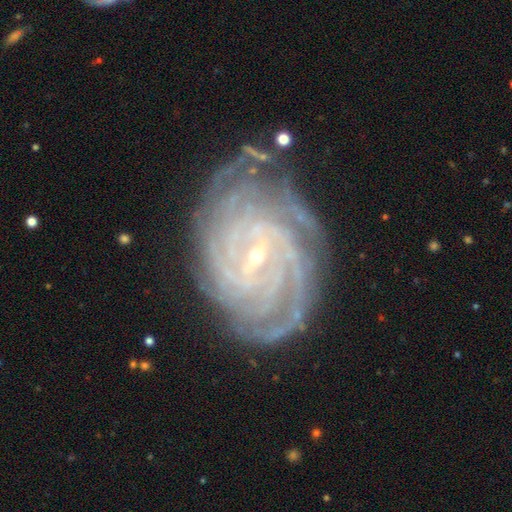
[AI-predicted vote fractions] Smooth or featured?
  - featured or disk: 91% *
  - star or artifact: 5%
  - smooth: 4%
Edge-on disk?
  - no: 97% *
  - yes: 3%
Bar?
  - weak: 45% *
  - no: 32%
  - strong: 23%
Spiral arms?
  - yes: 98% *
  - no: 2%
Spiral winding?
  - tight: 82% *
  - medium: 15%
  - loose: 2%
Spiral arm count?
  - 4: 27% * (tied)
  - more than 4: 27% * (tied)
  - can't tell: 18%
  - 3: 11%
  - 2: 10%
  - 1: 7%
Bulge size?
  - small: 84% *
  - moderate: 13%
  - none: 1%
  - large: 1%
  - dominant: 1%
Merging?
  - none: 75% *
  - minor disturbance: 18%
  - major disturbance: 6%
  - merger: 2%